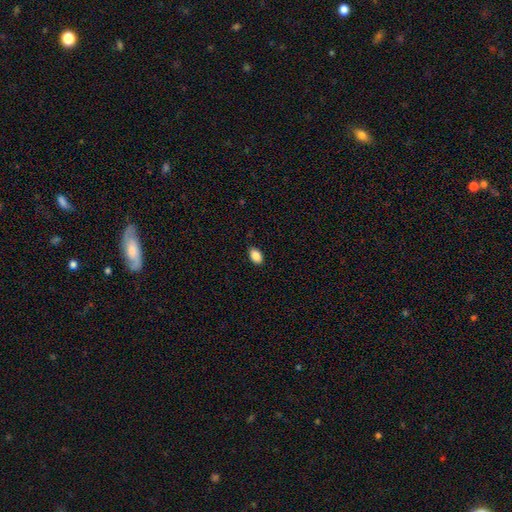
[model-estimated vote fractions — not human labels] smooth 88%, star or artifact 8%, featured or disk 4%. Down the decision tree: how rounded — in between (90%); merging — none (87%).